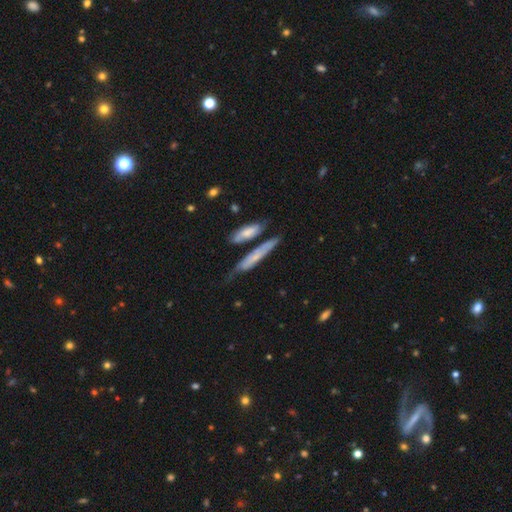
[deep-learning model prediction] smooth_or_featured: smooth (p=0.51) [alt: featured or disk p=0.41]
how_rounded: cigar-shaped (p=0.80) [alt: in between p=0.17]
merging: none (p=0.54) [alt: minor disturbance p=0.20]